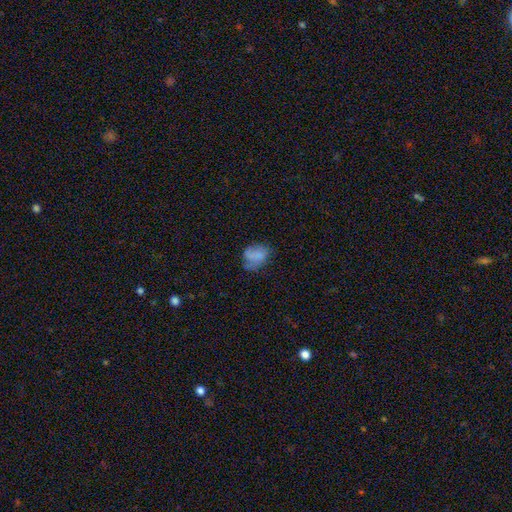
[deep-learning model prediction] Smooth or featured? smooth (68%)
How rounded? in between (68%)
Merging? none (43%)